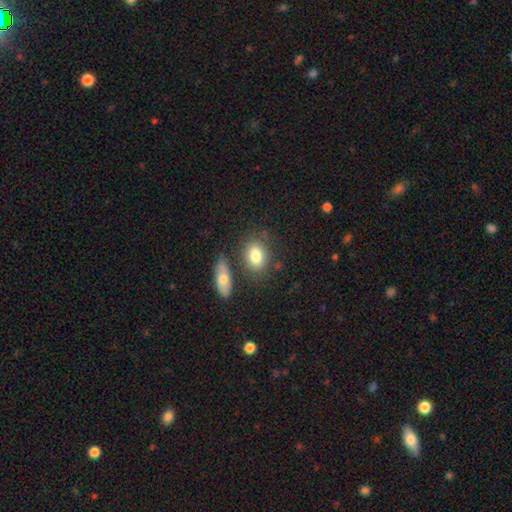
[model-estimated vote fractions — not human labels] smooth 81%, featured or disk 11%, star or artifact 8%. Down the decision tree: how rounded — in between (70%); merging — none (70%).